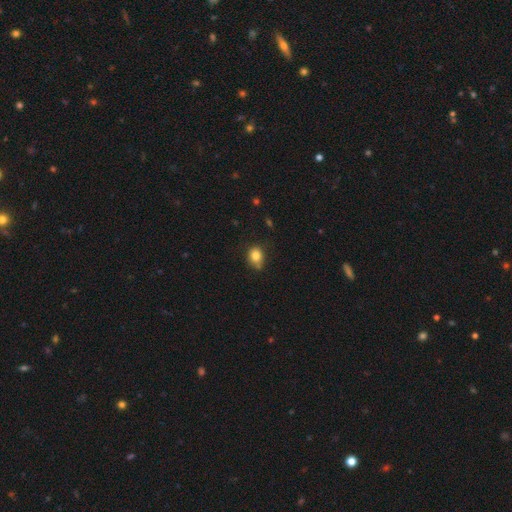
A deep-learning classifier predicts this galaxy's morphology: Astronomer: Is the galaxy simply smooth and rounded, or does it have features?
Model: smooth — 82%.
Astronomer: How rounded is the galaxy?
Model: round — 58% (runner-up: in between, 41%).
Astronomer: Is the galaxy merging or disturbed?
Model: none — 64%.